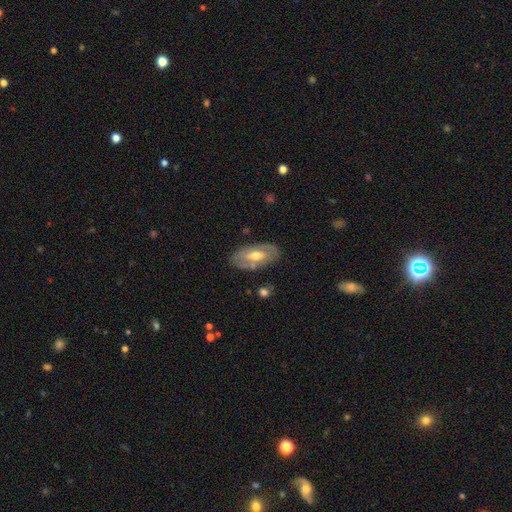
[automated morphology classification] Q: Smooth or featured?
A: featured or disk (62%); runner-up: smooth (32%)
Q: Edge-on disk?
A: no (87%); runner-up: yes (13%)
Q: Bar?
A: no (40%); runner-up: weak (38%)
Q: Spiral arms?
A: no (55%); runner-up: yes (45%)
Q: Bulge size?
A: moderate (70%); runner-up: small (21%)
Q: Merging?
A: none (79%); runner-up: minor disturbance (14%)